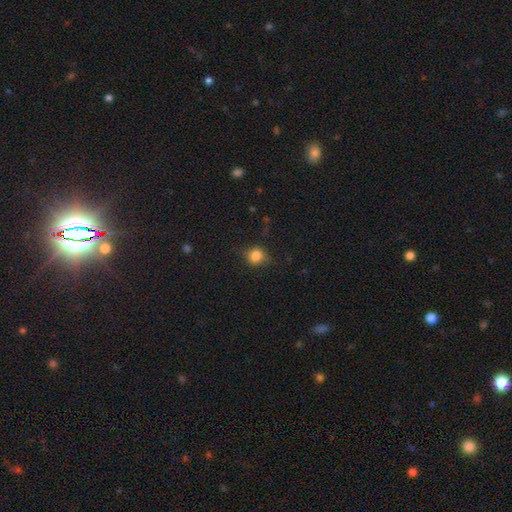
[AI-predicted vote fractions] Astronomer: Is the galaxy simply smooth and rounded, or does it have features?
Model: smooth — 80%.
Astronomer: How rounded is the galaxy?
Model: round — 79%.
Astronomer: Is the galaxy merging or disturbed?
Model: none — 73%.